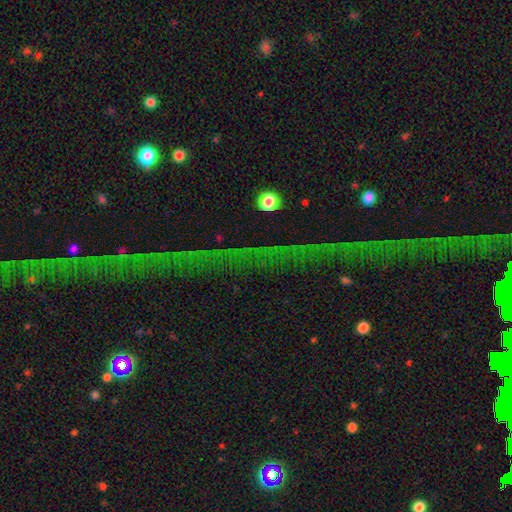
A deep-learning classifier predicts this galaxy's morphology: type=star or artifact (77%).